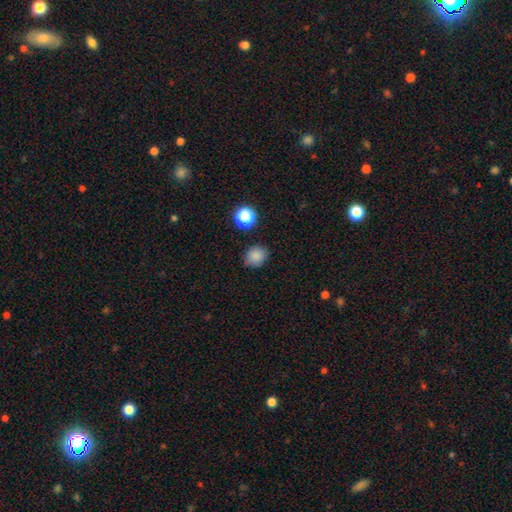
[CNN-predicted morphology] Q: Smooth or featured?
A: smooth (83%); runner-up: star or artifact (12%)
Q: How rounded?
A: round (74%); runner-up: in between (25%)
Q: Merging?
A: none (83%); runner-up: minor disturbance (11%)